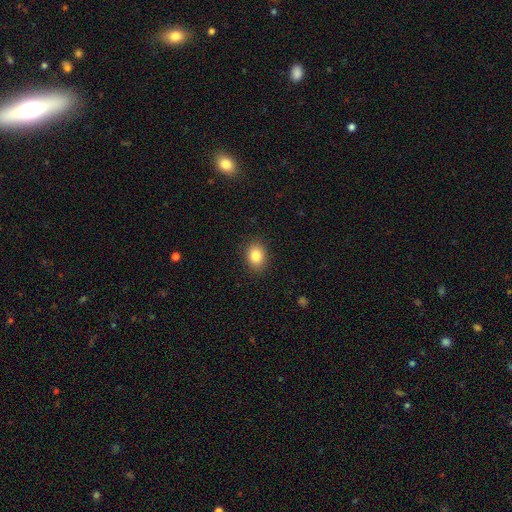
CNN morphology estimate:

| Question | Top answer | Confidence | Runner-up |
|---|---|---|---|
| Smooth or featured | smooth | 85% | star or artifact (9%) |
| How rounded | in between | 60% | round (39%) |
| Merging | none | 88% | minor disturbance (8%) |